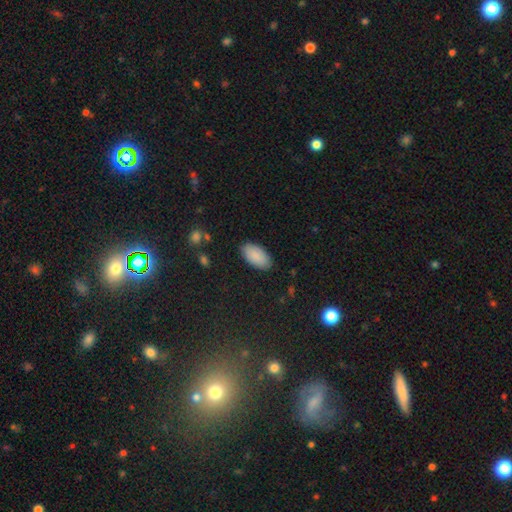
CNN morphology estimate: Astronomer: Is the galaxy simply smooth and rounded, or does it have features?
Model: smooth — 89%.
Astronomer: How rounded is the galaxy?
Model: in between — 95%.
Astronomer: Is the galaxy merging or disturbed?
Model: none — 87%.